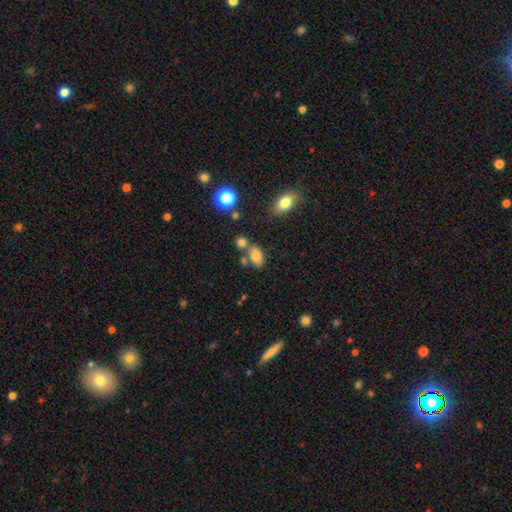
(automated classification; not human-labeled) This is likely a smooth galaxy (78%). How rounded: clearly in between (85%). Merging: possibly none (58%).